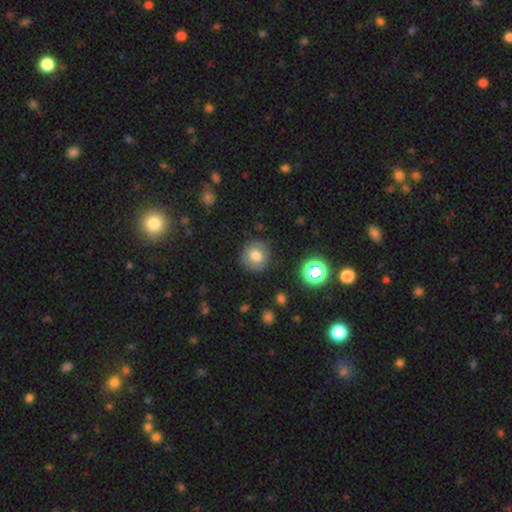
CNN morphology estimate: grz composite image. It shows a smooth galaxy with no disk features (71%) that is round (91%). Merging: none (85%).